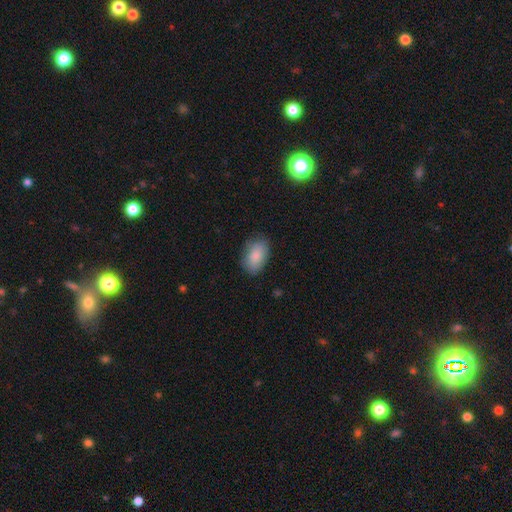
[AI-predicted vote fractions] Smooth or featured?
  - smooth: 85% *
  - featured or disk: 8%
  - star or artifact: 6%
How rounded?
  - in between: 91% *
  - round: 8%
  - cigar-shaped: 1%
Merging?
  - none: 79% *
  - minor disturbance: 16%
  - major disturbance: 4%
  - merger: 1%